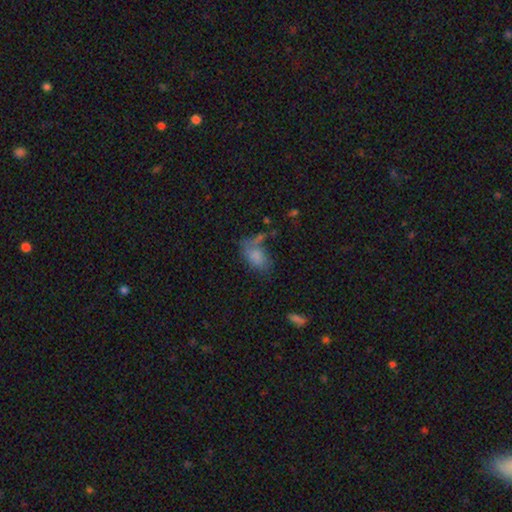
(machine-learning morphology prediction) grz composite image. It shows a smooth galaxy with no disk features (78%) that is in between round and cigar-shaped (89%). Merging: none (45%).